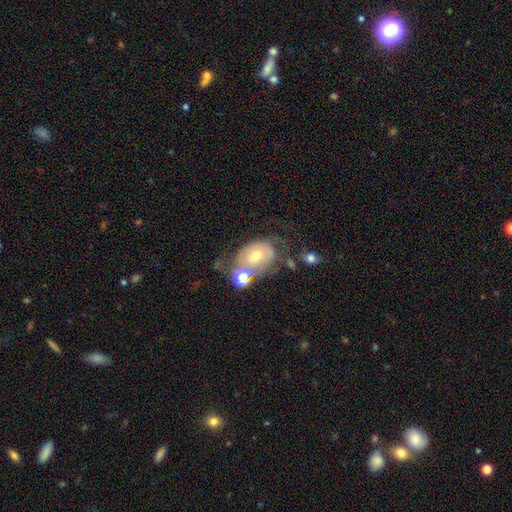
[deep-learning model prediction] Overall: featured or disk (45%; smooth 44%). Merging: none (34%; minor disturbance 23%).